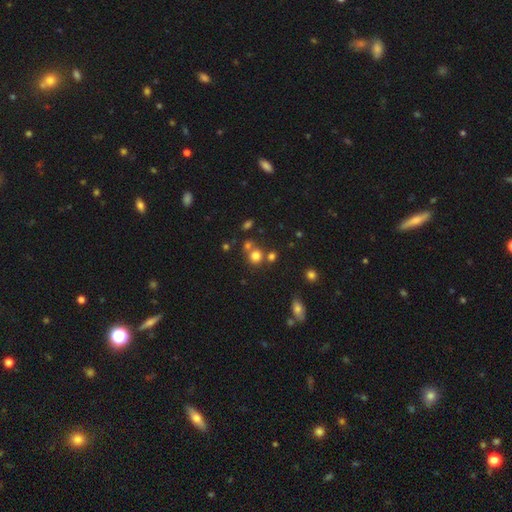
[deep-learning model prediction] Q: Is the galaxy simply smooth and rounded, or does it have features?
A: smooth — 75%.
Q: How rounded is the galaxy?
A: round — 84%.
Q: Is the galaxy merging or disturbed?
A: none — 61%.